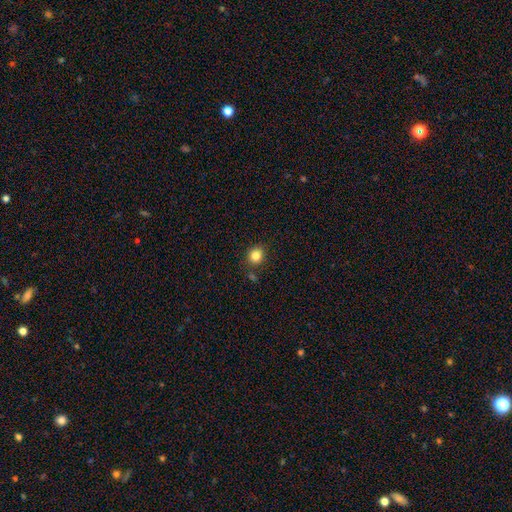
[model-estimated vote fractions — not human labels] The model was most divided on "how rounded": round: 83%, in between: 16%, cigar-shaped: 1%. More confident: smooth or featured — smooth (84%); merging — none (82%).